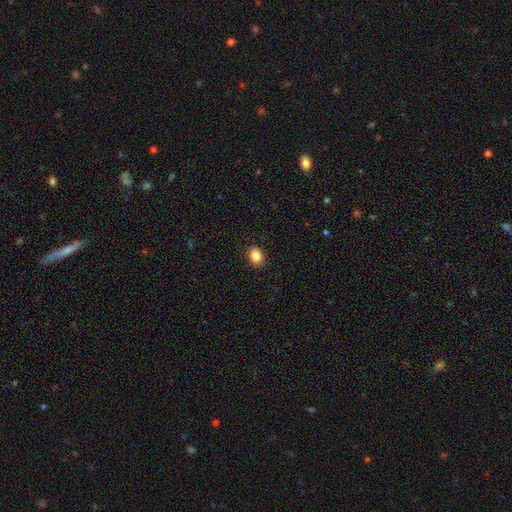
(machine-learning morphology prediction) Smooth or featured? Predicted: smooth (p=0.88). How rounded? Predicted: in between (p=0.59). Merging? Predicted: none (p=0.90).